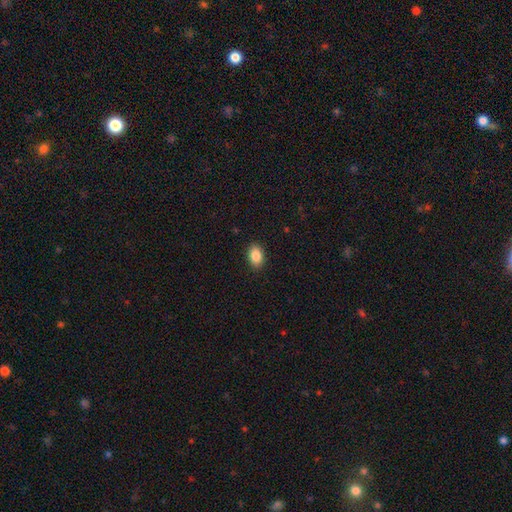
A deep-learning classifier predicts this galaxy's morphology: Smooth or featured: smooth — 87% (star or artifact — 8%)
How rounded: in between — 86% (round — 13%)
Merging: none — 90% (minor disturbance — 8%)